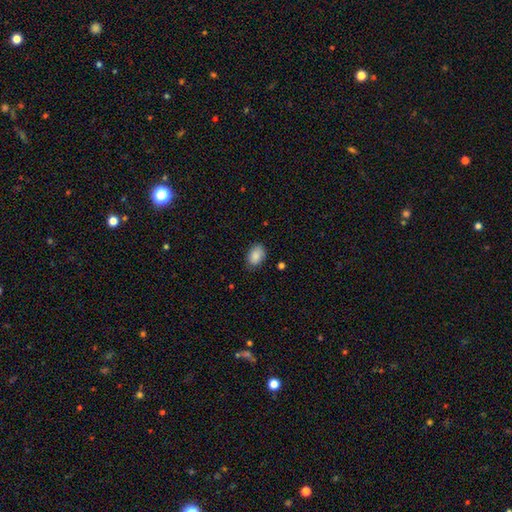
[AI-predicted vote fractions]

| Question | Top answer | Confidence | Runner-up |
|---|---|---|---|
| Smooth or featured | smooth | 87% | star or artifact (7%) |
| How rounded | in between | 85% | round (14%) |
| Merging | none | 79% | minor disturbance (16%) |